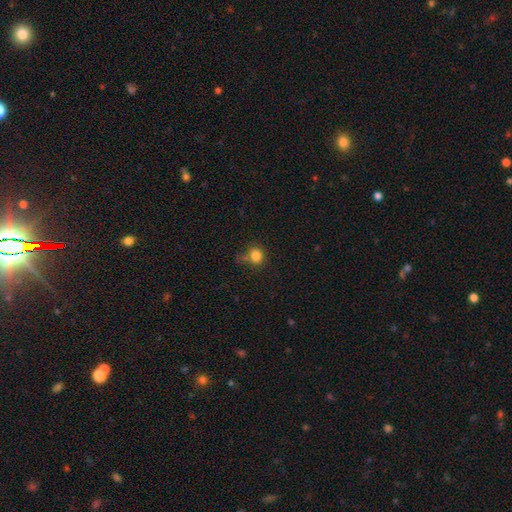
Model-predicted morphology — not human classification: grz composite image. It shows a smooth galaxy with no disk features (82%) that is round (76%). Merging: none (59%).